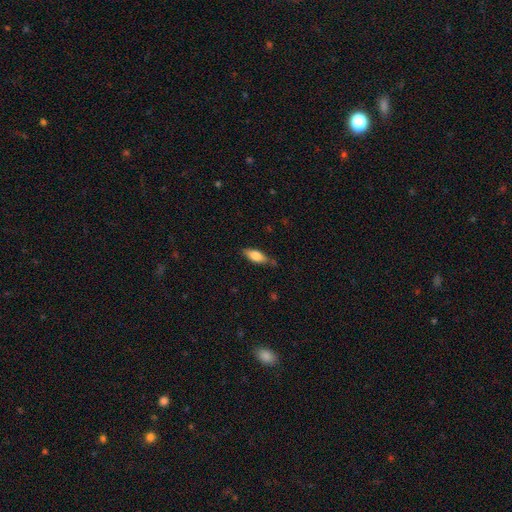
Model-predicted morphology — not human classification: Smooth or featured? smooth (71%)
How rounded? in between (74%)
Merging? none (71%)